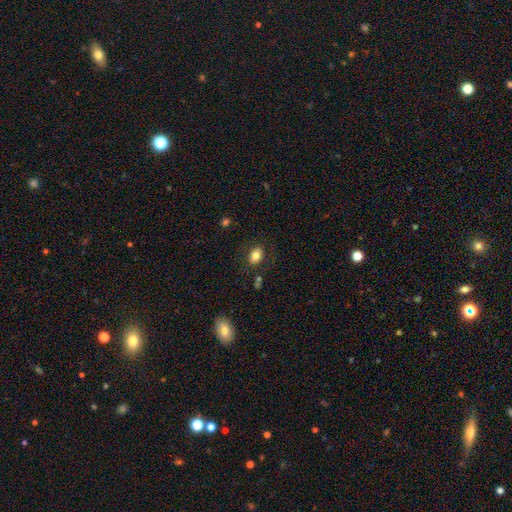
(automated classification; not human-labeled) Smooth or featured? smooth (80%)
How rounded? in between (80%)
Merging? none (80%)